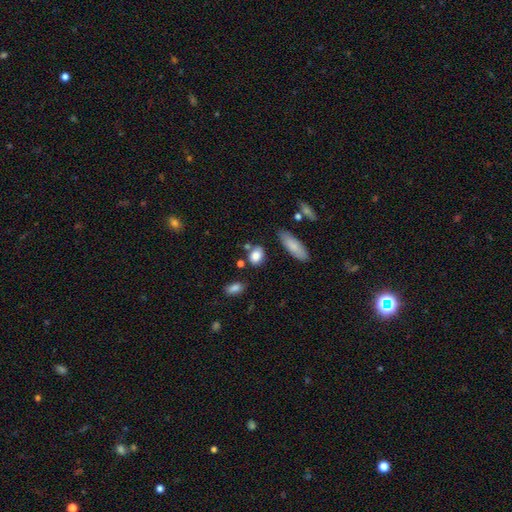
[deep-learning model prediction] smooth_or_featured: smooth (p=0.84) [alt: star or artifact p=0.09]
how_rounded: in between (p=0.69) [alt: round p=0.28]
merging: none (p=0.69) [alt: minor disturbance p=0.17]